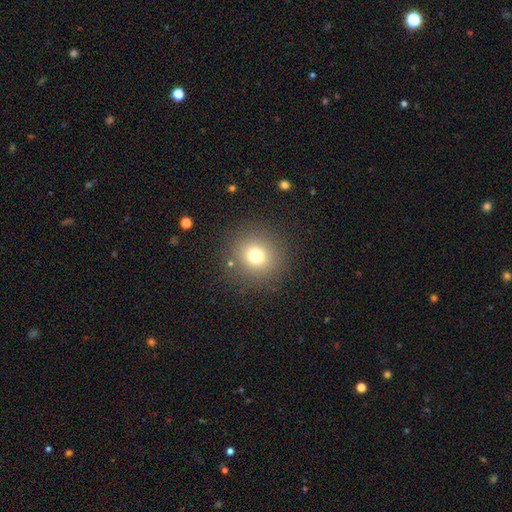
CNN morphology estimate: This appears to be a smooth galaxy with no disk features (74%) that is round (93%). Merging: none (87%).